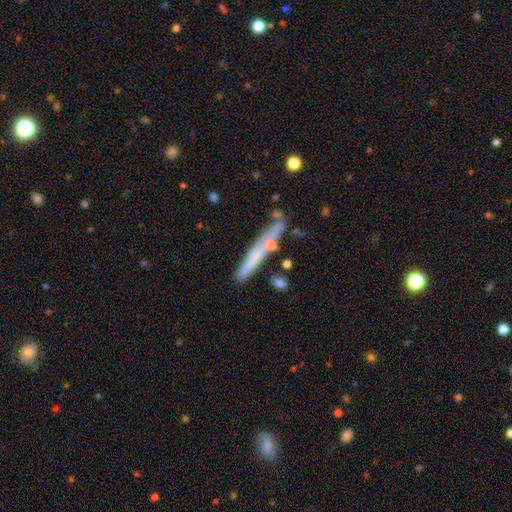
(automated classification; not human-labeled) A featured or disk galaxy (48%).

Vote fractions:
- Smooth or featured? featured or disk: 48% / smooth: 44% / star or artifact: 7%
- Merging? none: 73% / minor disturbance: 16% / merger: 7% / major disturbance: 4%